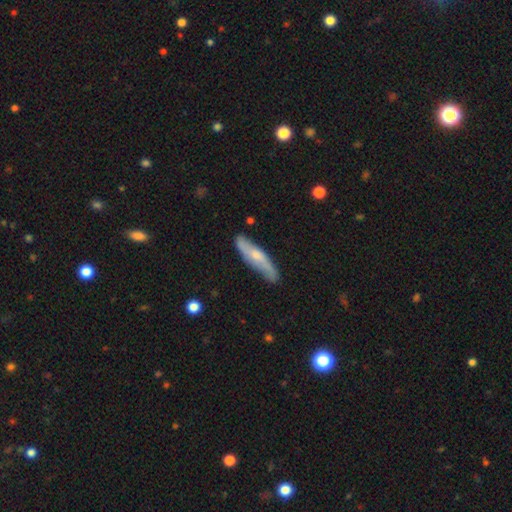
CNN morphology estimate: Overall: featured or disk (47%, tied with smooth). Merging: none (79%).